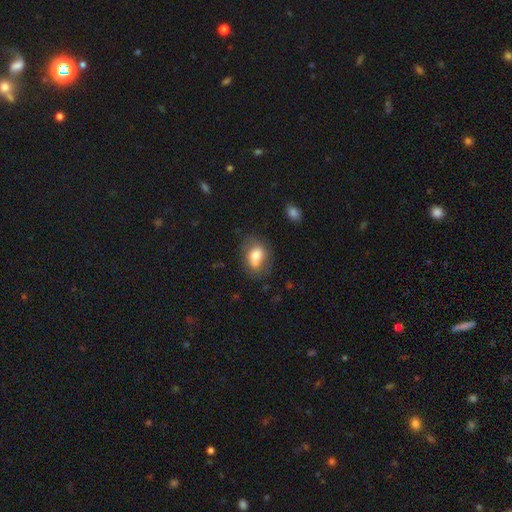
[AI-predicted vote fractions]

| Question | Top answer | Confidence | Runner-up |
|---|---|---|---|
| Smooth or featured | smooth | 70% | featured or disk (21%) |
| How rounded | in between | 72% | round (27%) |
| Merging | none | 51% | minor disturbance (25%) |